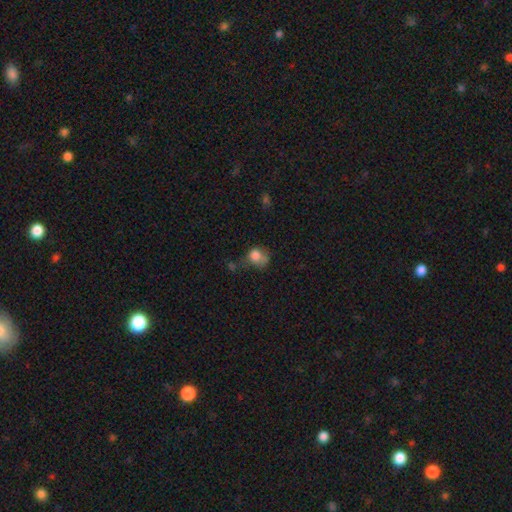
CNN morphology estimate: The model was most divided on "merging": none: 34%, minor disturbance: 27%, major disturbance: 23%, merger: 16%. More confident: smooth or featured — smooth (77%); how rounded — round (66%).